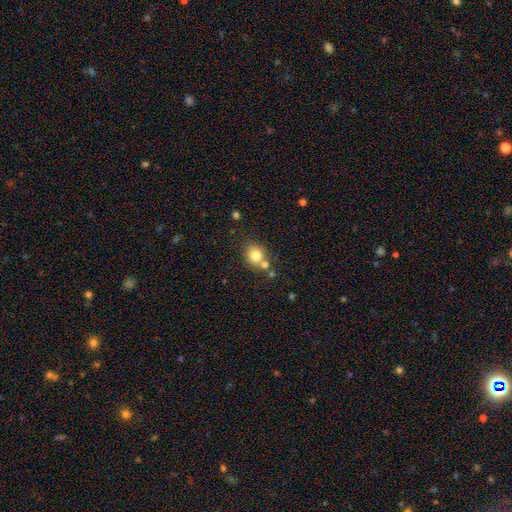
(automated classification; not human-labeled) This is likely a smooth galaxy (78%). How rounded: likely round (74%). Merging: likely none (60%).